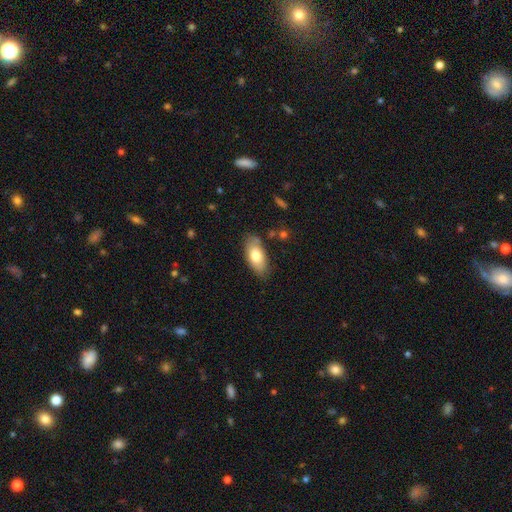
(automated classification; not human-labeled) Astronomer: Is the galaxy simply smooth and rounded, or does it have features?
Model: smooth — 75%.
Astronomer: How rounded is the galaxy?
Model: in between — 90%.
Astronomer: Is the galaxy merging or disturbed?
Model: none — 79%.